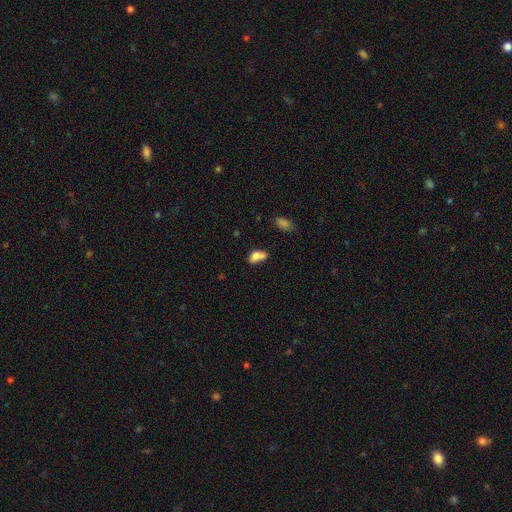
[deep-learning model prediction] Smooth or featured? Predicted: smooth (p=0.75). How rounded? Predicted: in between (p=0.80). Merging? Predicted: merger (p=0.41).